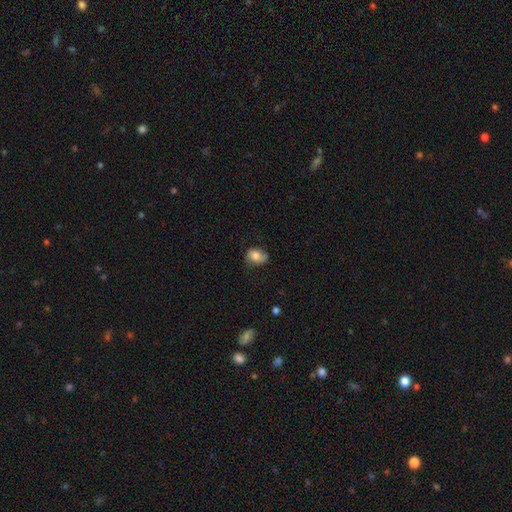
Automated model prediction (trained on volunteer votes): Smooth or featured? smooth (63%)
How rounded? in between (65%)
Merging? none (64%)